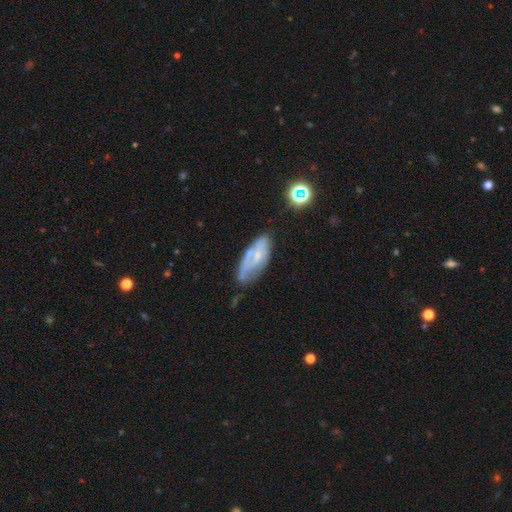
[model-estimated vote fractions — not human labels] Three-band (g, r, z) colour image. It shows a featured or disk galaxy (56%). Merging: none (52%).